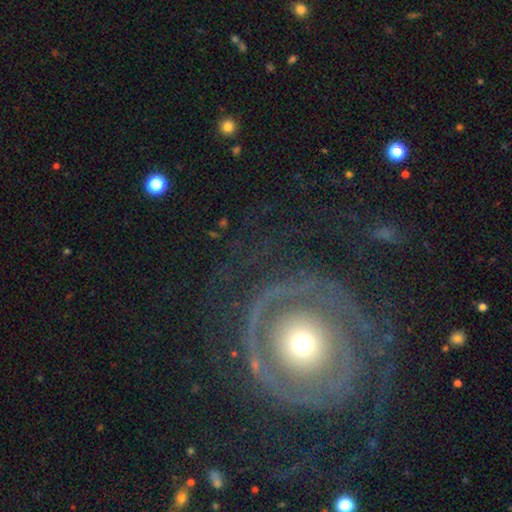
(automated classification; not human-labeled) smooth-or-featured: featured or disk: 76% | smooth: 16% | star or artifact: 8%
  disk-edge-on: no: 96% | yes: 4%
    bar: no: 85% | weak: 9% | strong: 6%
    has-spiral-arms: yes: 71% | no: 29%
      spiral-winding: tight: 72% | medium: 19% | loose: 9%
      spiral-arm-count: 2: 30% (tied) | can't tell: 30% (tied) | 1: 16% | 3: 11% | 4: 6% | more than 4: 6%
    bulge-size: moderate: 59% | small: 26% | large: 10% | dominant: 2% | none: 1%
  merging: none: 69% | major disturbance: 15% | minor disturbance: 14% | merger: 2%